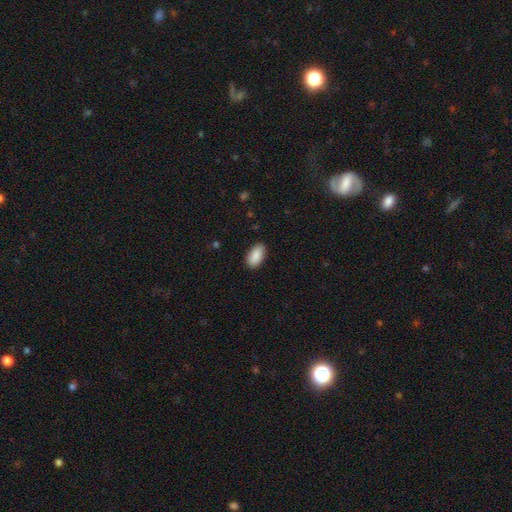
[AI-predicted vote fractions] smooth 90%, star or artifact 6%, featured or disk 4%. Down the decision tree: how rounded — in between (94%); merging — none (87%).